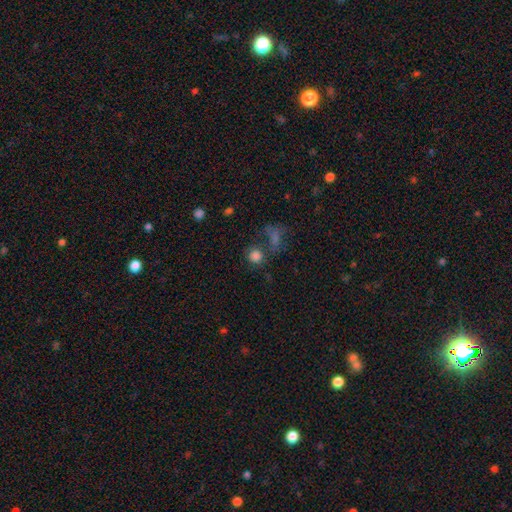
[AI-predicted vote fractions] Smooth or featured? Predicted: smooth (p=0.79). How rounded? Predicted: round (p=0.87). Merging? Predicted: none (p=0.59).